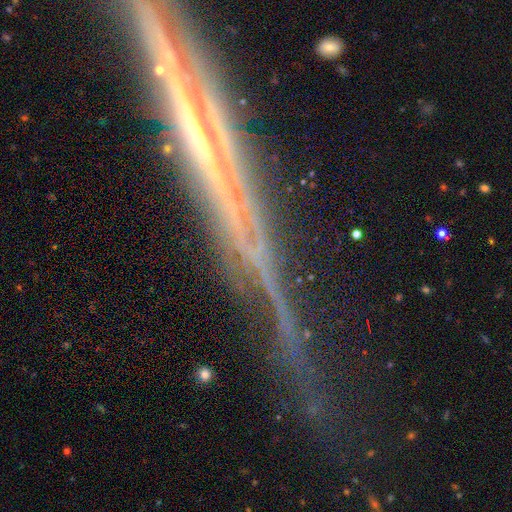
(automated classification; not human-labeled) Q: Smooth or featured?
A: featured or disk (74%); runner-up: star or artifact (15%)
Q: Edge-on disk?
A: yes (89%); runner-up: no (11%)
Q: Edge-on bulge?
A: none (50%); runner-up: rounded (35%)
Q: Merging?
A: none (67%); runner-up: minor disturbance (19%)